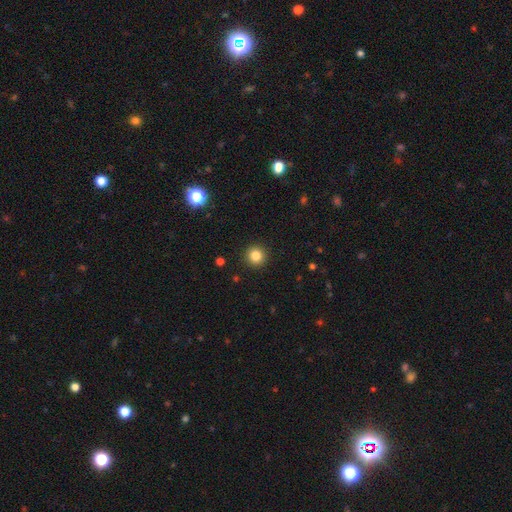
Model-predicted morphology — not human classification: Smooth or featured? smooth (83%)
How rounded? round (95%)
Merging? none (92%)